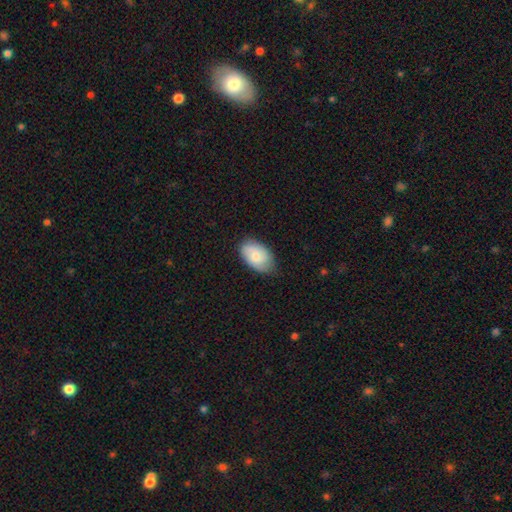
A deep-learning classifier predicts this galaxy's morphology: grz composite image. It shows a smooth galaxy with no disk features (69%) that is in between round and cigar-shaped (92%). Merging: none (76%).